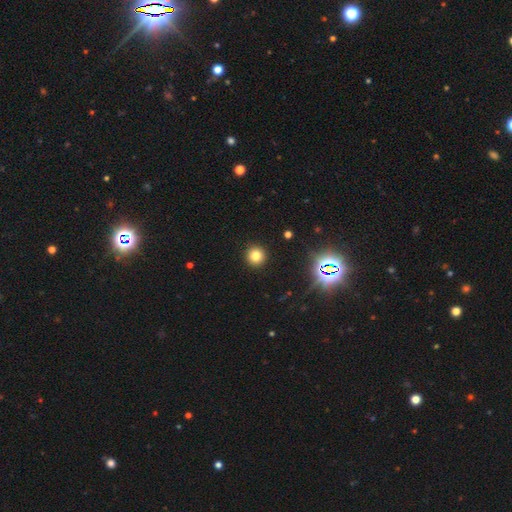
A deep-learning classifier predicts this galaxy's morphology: Overall: smooth (78%). How rounded: round (95%). Merging: none (93%).